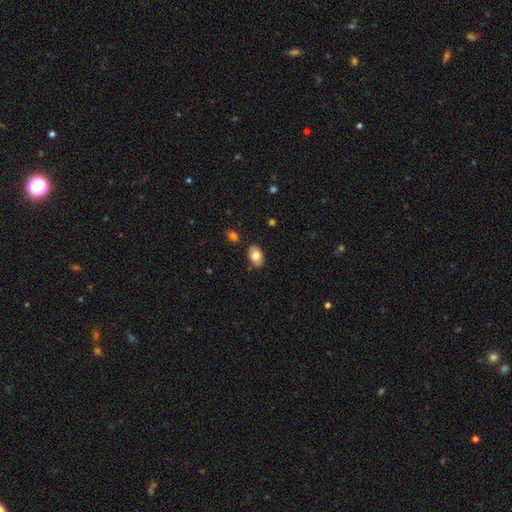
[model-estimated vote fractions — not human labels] Overall: smooth (80%). How rounded: in between (91%). Merging: none (85%).